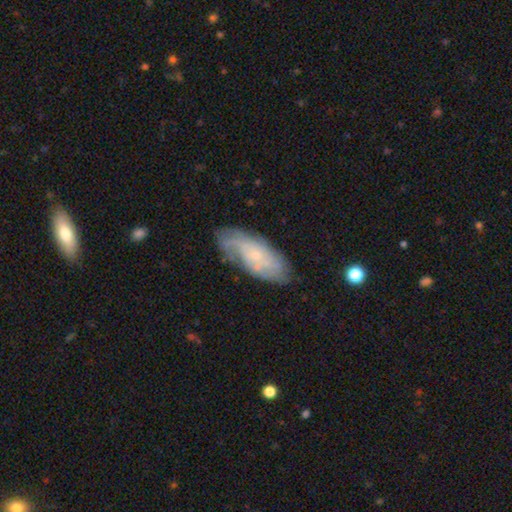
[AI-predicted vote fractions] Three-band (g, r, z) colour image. It shows a featured or disk galaxy (64%) with no bar (74%), tight (51%) spiral arms (87%) and a small central bulge (74%). Merging: none (66%).